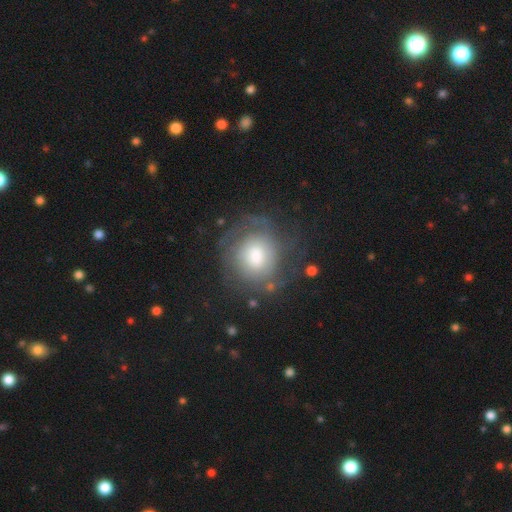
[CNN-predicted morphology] A featured or disk galaxy (48%). Merging: none (63%).